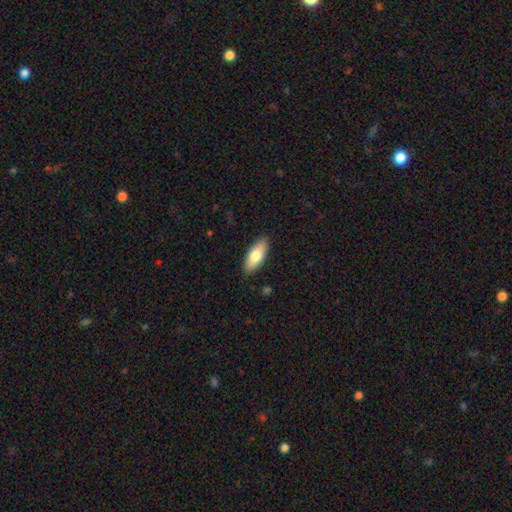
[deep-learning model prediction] A smooth galaxy with no disk features (77%) that is in between round and cigar-shaped (78%).

Vote fractions:
- Smooth or featured? smooth: 77% / featured or disk: 18% / star or artifact: 6%
- How rounded? in between: 78% / cigar-shaped: 20% / round: 2%
- Merging? none: 88% / minor disturbance: 9% / major disturbance: 2% / merger: 1%